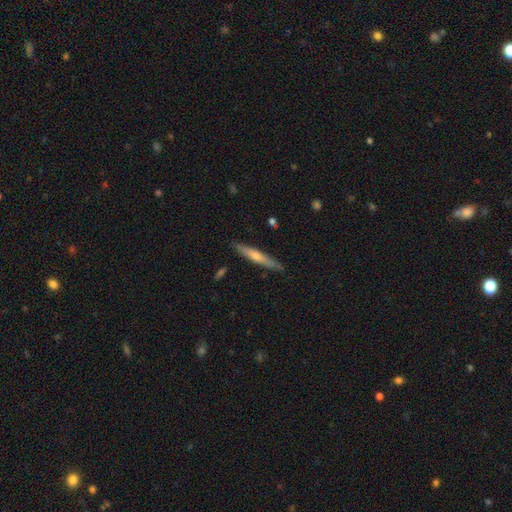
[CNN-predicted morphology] This is possibly a featured or disk galaxy (50%). Merging: clearly none (87%).